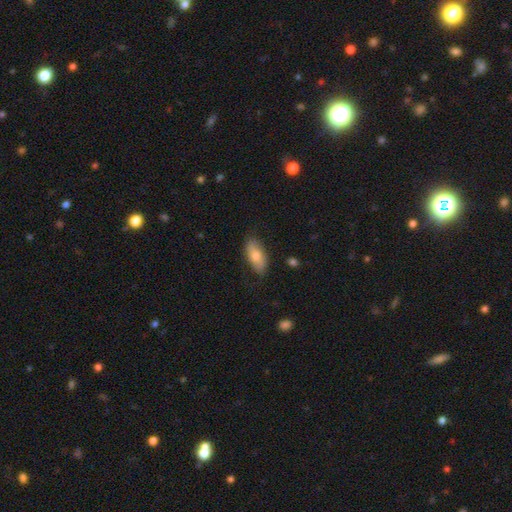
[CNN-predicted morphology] This is likely a smooth galaxy (73%). How rounded: clearly in between (86%). Merging: likely none (80%).